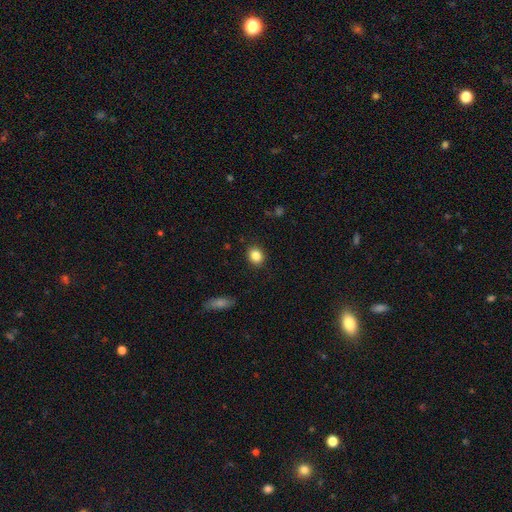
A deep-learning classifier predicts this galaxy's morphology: type=smooth (85%); roundness=round (60%); merging=none (89%).